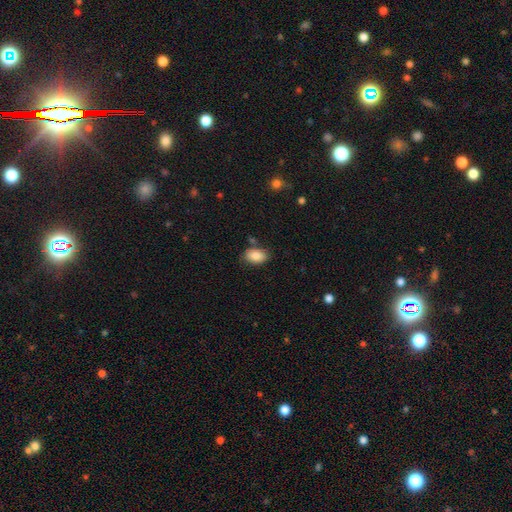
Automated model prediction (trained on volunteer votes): Smooth or featured?
  - smooth: 86% *
  - star or artifact: 7%
  - featured or disk: 7%
How rounded?
  - in between: 89% *
  - round: 9%
  - cigar-shaped: 1%
Merging?
  - none: 75% *
  - minor disturbance: 16%
  - merger: 6%
  - major disturbance: 4%